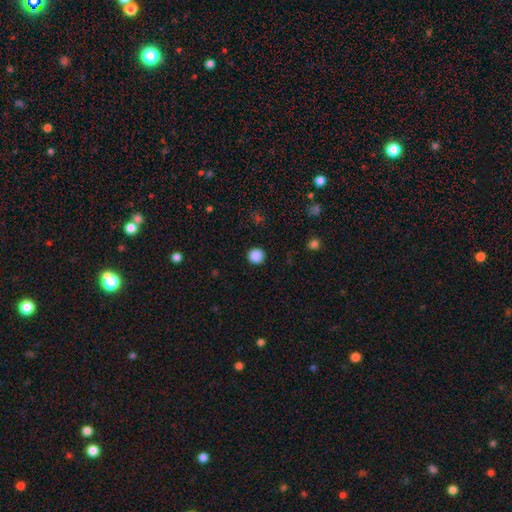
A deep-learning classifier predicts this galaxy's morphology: Smooth or featured: smooth — 88% (star or artifact — 10%)
How rounded: round — 95% (in between — 4%)
Merging: none — 93% (minor disturbance — 4%)